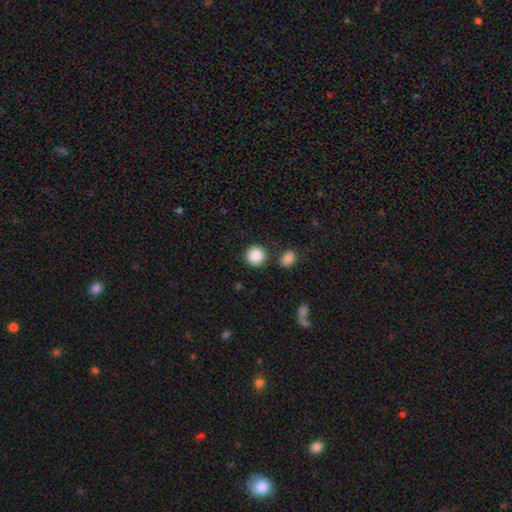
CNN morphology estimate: smooth-or-featured: smooth: 88% | star or artifact: 8% | featured or disk: 4%
  how-rounded: round: 91% | in between: 8% | cigar-shaped: 1%
  merging: none: 83% | minor disturbance: 9% | merger: 6% | major disturbance: 3%